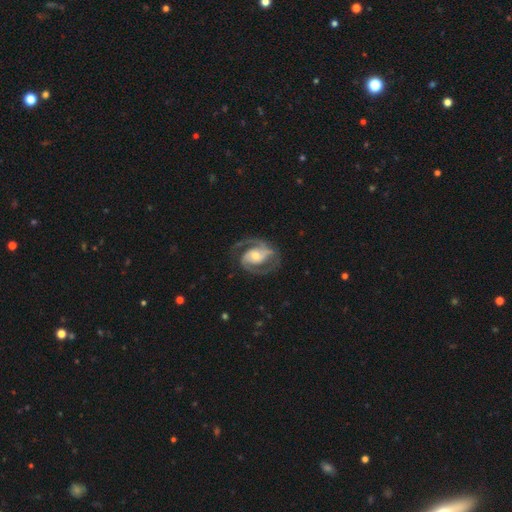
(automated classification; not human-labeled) Q: Smooth or featured?
A: featured or disk (89%); runner-up: smooth (6%)
Q: Edge-on disk?
A: no (98%); runner-up: yes (2%)
Q: Bar?
A: no (45%); runner-up: weak (36%)
Q: Spiral arms?
A: yes (97%); runner-up: no (3%)
Q: Spiral winding?
A: medium (55%); runner-up: tight (30%)
Q: Spiral arm count?
A: 2 (88%); runner-up: 3 (3%)
Q: Bulge size?
A: moderate (52%); runner-up: small (37%)
Q: Merging?
A: none (71%); runner-up: minor disturbance (16%)